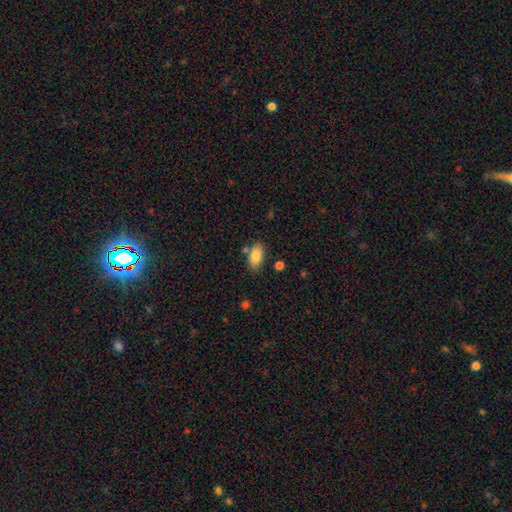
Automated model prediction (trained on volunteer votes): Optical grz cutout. It shows a smooth galaxy with no disk features (84%) that is in between round and cigar-shaped (92%). Merging: none (73%).